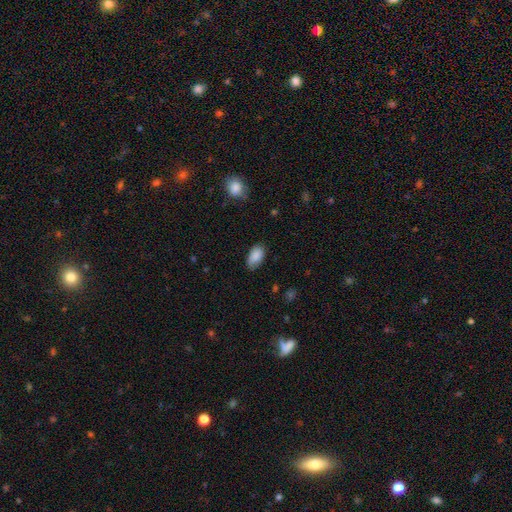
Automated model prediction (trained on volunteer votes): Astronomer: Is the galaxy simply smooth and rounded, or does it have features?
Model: smooth — 87%.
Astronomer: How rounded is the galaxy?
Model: in between — 94%.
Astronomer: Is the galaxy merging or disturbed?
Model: none — 75%.